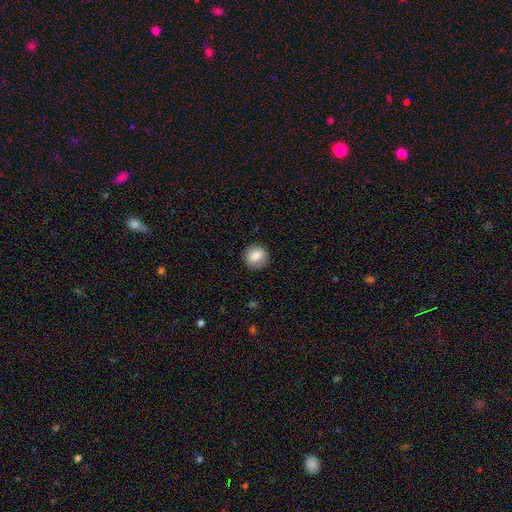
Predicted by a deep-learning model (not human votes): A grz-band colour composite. It shows a smooth galaxy with no disk features (79%) that is round (86%). Merging: none (87%).